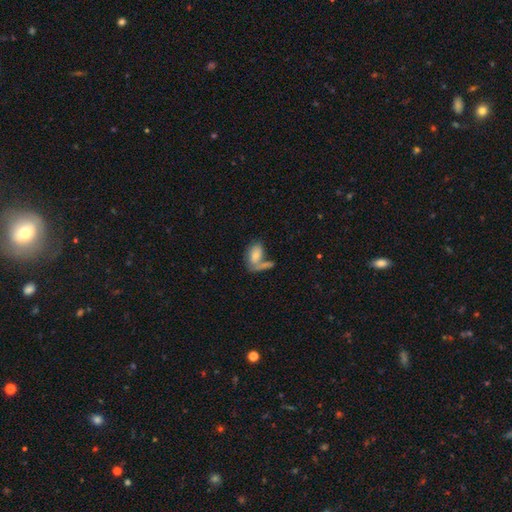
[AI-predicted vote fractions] Overall: smooth (75%). How rounded: in between (90%). Merging: merger (39%; none 37%).